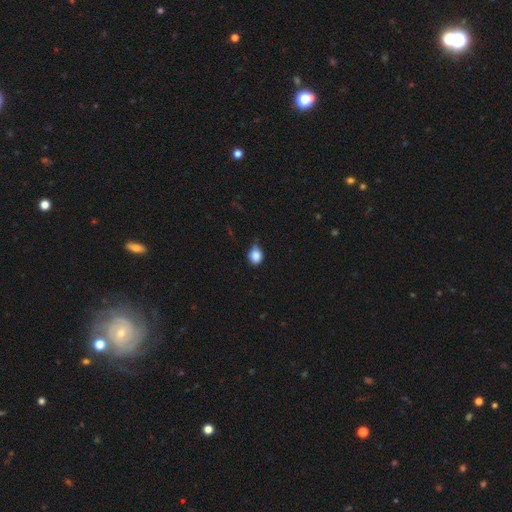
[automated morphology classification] This appears to be a smooth galaxy with no disk features (84%) that is round (74%). Merging: none (56%).